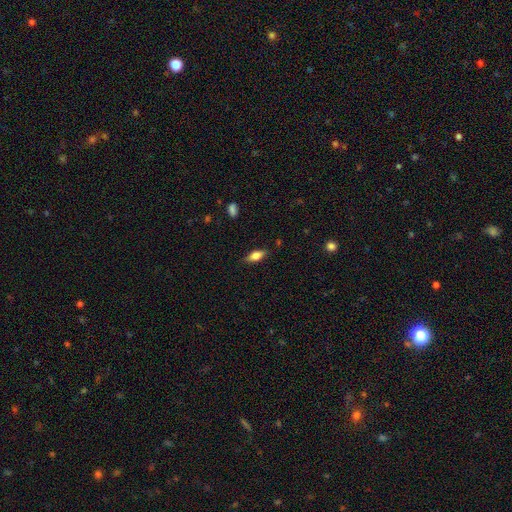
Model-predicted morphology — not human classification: Smooth or featured: smooth — 75% (featured or disk — 18%)
How rounded: in between — 79% (cigar-shaped — 18%)
Merging: none — 84% (minor disturbance — 12%)